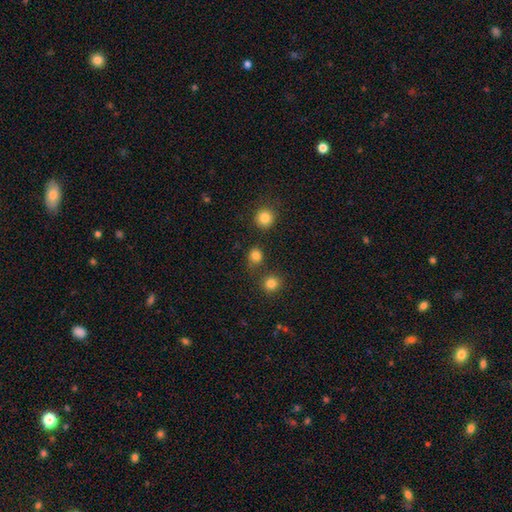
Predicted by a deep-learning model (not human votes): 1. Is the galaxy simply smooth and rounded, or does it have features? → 82% smooth, 14% star or artifact, 4% featured or disk.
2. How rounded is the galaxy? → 80% round, 19% in between, 1% cigar-shaped.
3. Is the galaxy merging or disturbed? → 75% none, 11% minor disturbance, 10% merger, 5% major disturbance.